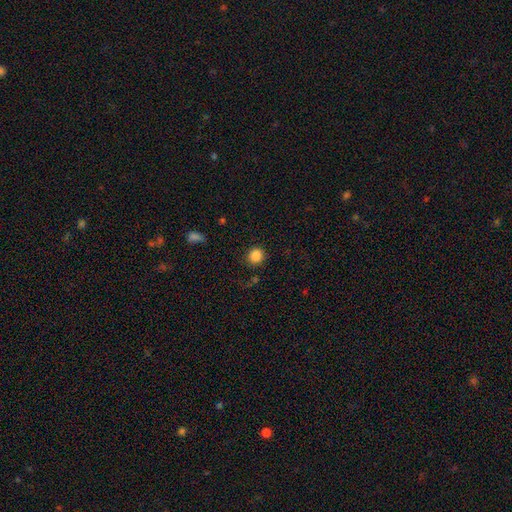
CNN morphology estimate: smooth-or-featured: smooth: 87% | star or artifact: 10% | featured or disk: 3%
  how-rounded: round: 88% | in between: 12% | cigar-shaped: 1%
  merging: none: 85% | minor disturbance: 10% | major disturbance: 4% | merger: 2%